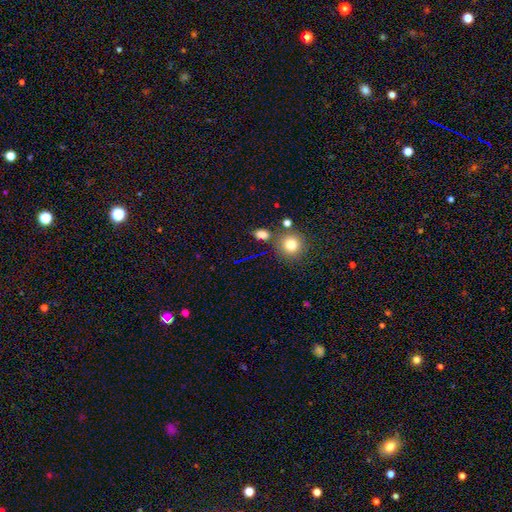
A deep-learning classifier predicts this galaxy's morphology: This is likely a smooth galaxy (66%). How rounded: possibly round (46%). Merging: likely none (76%).